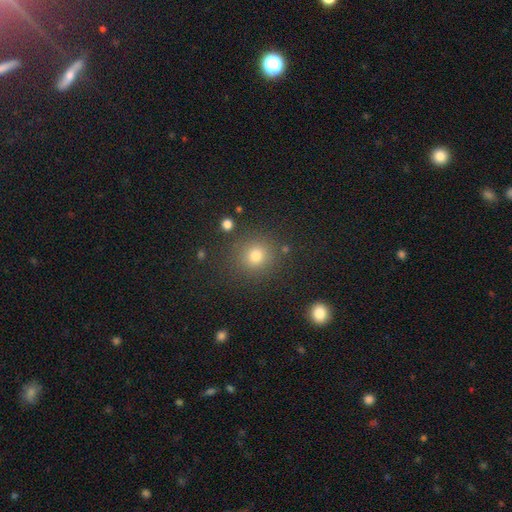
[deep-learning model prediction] smooth_or_featured: smooth (p=0.74) [alt: star or artifact p=0.19]
how_rounded: round (p=0.90) [alt: in between p=0.09]
merging: none (p=0.86) [alt: minor disturbance p=0.08]